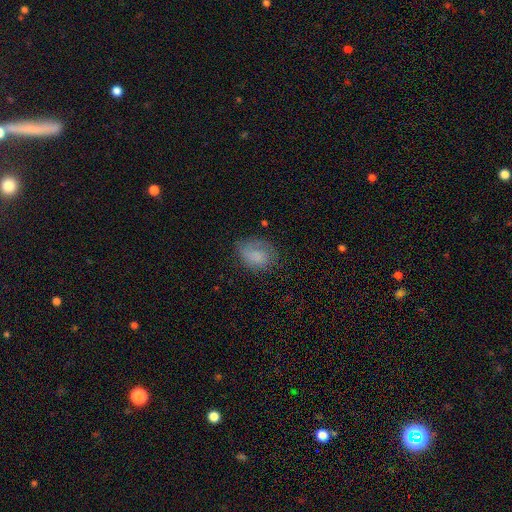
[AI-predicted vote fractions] Smooth or featured? Predicted: smooth (p=0.70). How rounded? Predicted: in between (p=0.65). Merging? Predicted: none (p=0.60).